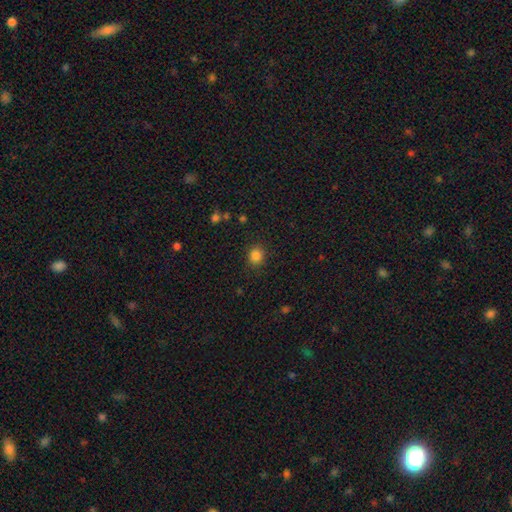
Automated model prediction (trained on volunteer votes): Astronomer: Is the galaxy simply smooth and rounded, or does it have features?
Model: smooth — 85%.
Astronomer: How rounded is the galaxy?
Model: round — 69%.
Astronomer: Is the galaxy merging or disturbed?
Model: none — 88%.